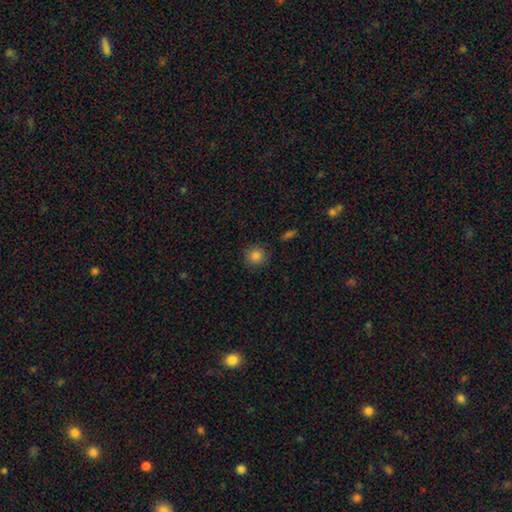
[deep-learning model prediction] This appears to be a smooth galaxy with no disk features (83%) that is round (93%). Merging: none (88%).